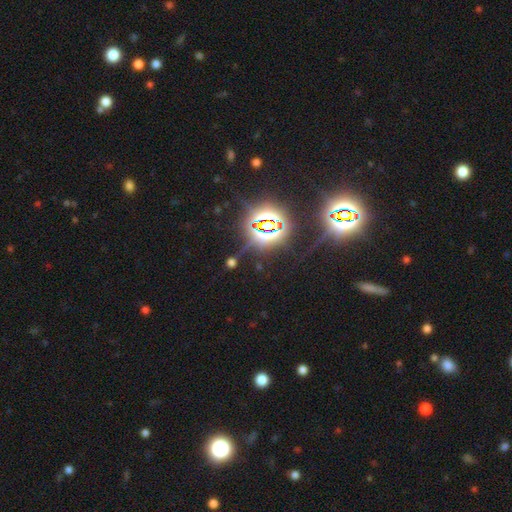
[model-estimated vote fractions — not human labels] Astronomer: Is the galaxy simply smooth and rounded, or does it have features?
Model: star or artifact — 82%.